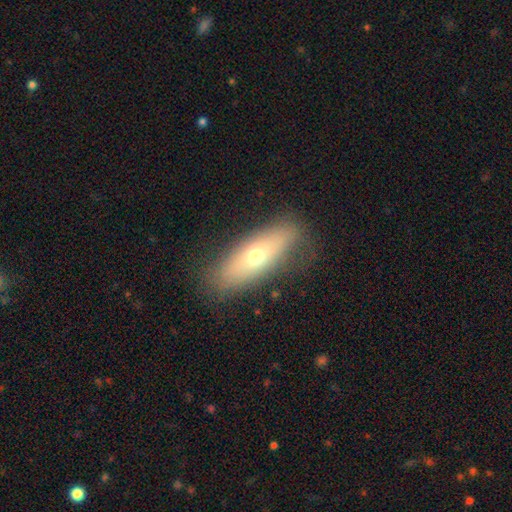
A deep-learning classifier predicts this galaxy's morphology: smooth_or_featured: smooth (p=0.55) [alt: featured or disk p=0.37]
how_rounded: in between (p=0.55) [alt: cigar-shaped p=0.42]
merging: none (p=0.82) [alt: minor disturbance p=0.13]